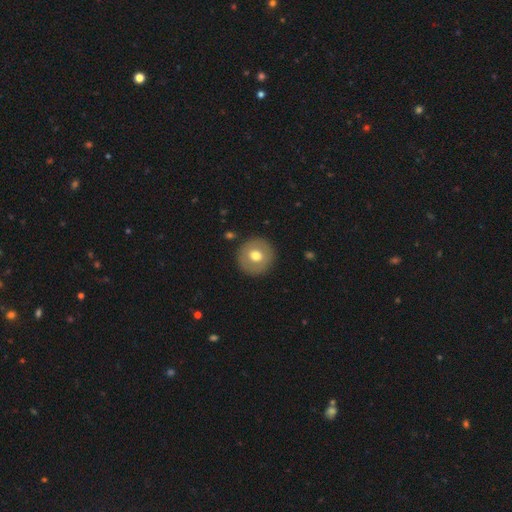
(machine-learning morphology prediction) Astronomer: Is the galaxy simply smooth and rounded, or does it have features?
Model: smooth — 65%.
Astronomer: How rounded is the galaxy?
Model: round — 95%.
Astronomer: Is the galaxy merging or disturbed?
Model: none — 91%.